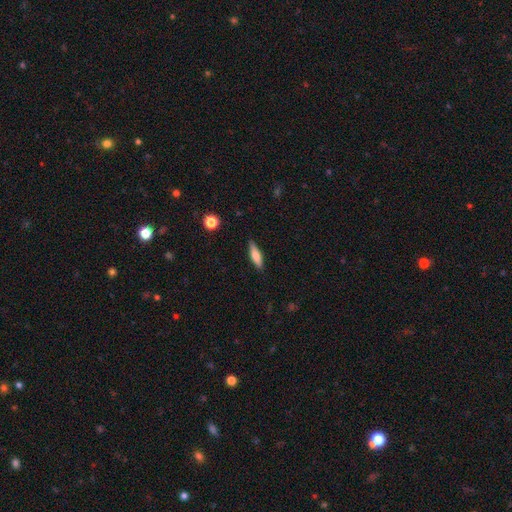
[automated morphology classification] Smooth or featured? Predicted: smooth (p=0.67). How rounded? Predicted: cigar-shaped (p=0.60). Merging? Predicted: none (p=0.86).